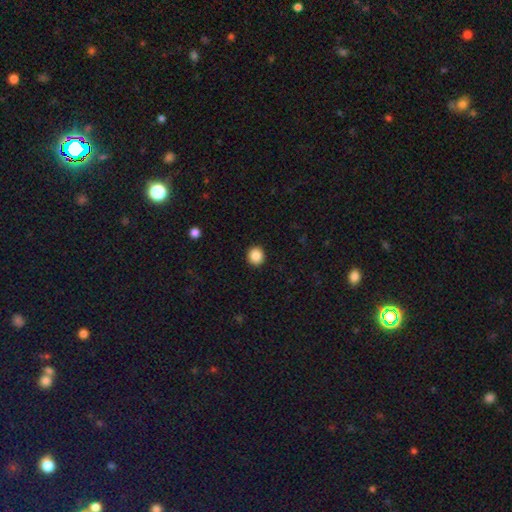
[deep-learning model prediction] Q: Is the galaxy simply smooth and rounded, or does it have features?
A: smooth — 87%.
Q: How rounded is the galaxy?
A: round — 89%.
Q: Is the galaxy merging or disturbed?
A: none — 93%.